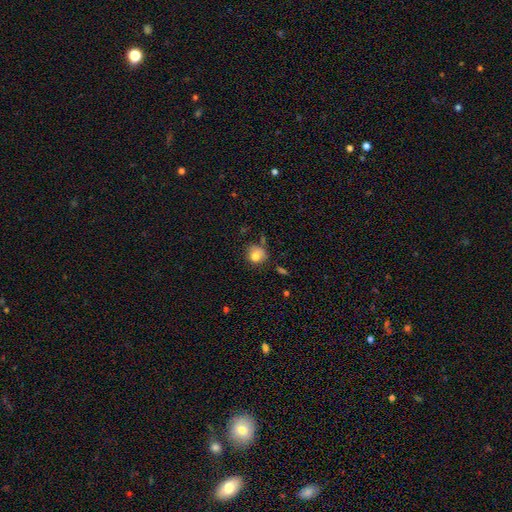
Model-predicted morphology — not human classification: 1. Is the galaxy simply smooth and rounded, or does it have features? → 79% smooth, 11% featured or disk, 11% star or artifact.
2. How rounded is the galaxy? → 82% round, 17% in between, 1% cigar-shaped.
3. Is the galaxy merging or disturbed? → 64% none, 23% minor disturbance, 7% major disturbance, 6% merger.